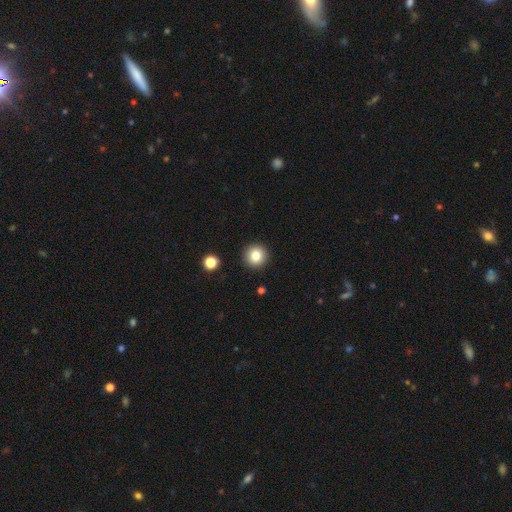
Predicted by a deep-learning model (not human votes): This appears to be a smooth galaxy with no disk features (81%) that is round (95%). Merging: none (92%).